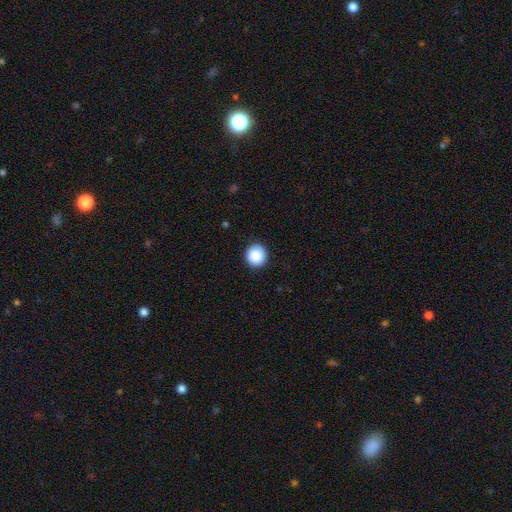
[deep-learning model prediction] smooth-or-featured: smooth: 89% | star or artifact: 8% | featured or disk: 3%
  how-rounded: round: 93% | in between: 6% | cigar-shaped: 1%
  merging: none: 92% | minor disturbance: 6% | major disturbance: 2% | merger: 1%